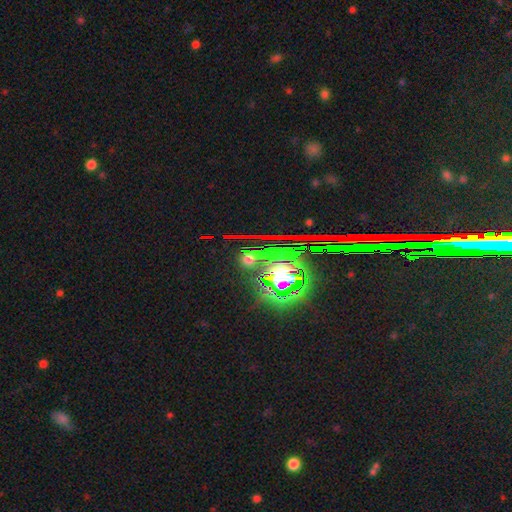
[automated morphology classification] This appears to be a star or artifact, not a galaxy (74%).